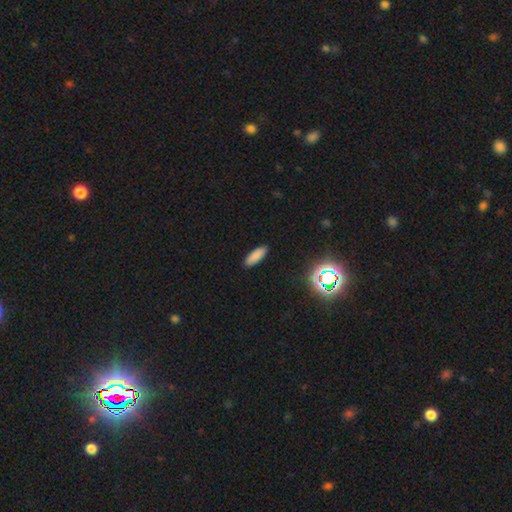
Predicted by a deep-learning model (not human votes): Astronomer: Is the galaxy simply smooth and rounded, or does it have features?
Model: smooth — 83%.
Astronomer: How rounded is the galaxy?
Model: in between — 52% (runner-up: cigar-shaped, 45%).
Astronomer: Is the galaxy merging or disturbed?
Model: none — 91%.